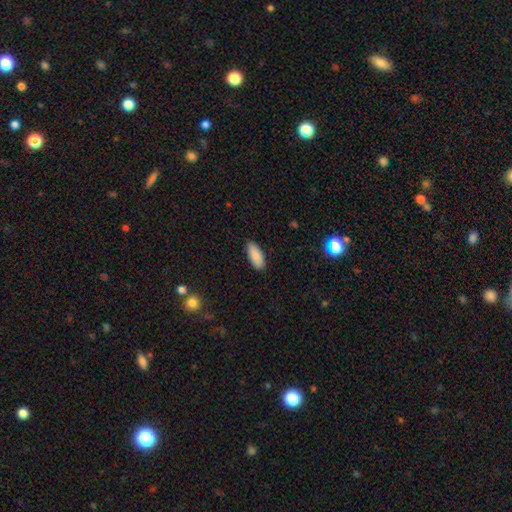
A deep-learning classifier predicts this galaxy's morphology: This is clearly a smooth galaxy (86%). How rounded: clearly in between (83%). Merging: clearly none (89%).